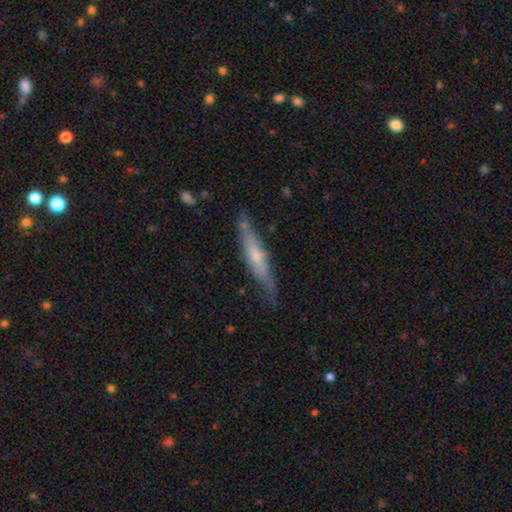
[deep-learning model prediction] Smooth or featured? Predicted: featured or disk (p=0.54). Edge-on disk? Predicted: yes (p=0.82). Merging? Predicted: none (p=0.72).